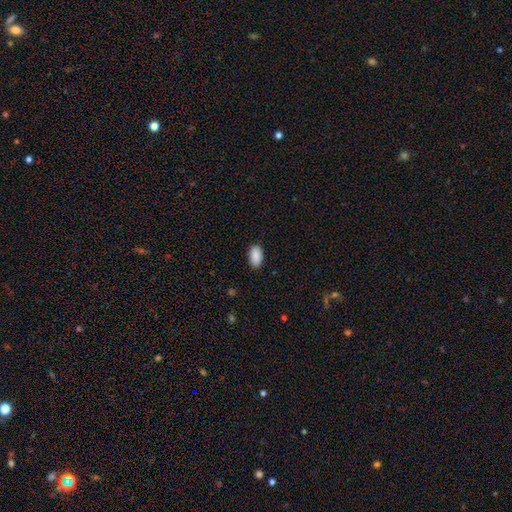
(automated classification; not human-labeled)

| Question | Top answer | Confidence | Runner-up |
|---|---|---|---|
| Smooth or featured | smooth | 91% | star or artifact (7%) |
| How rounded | in between | 94% | round (4%) |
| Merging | none | 88% | minor disturbance (9%) |